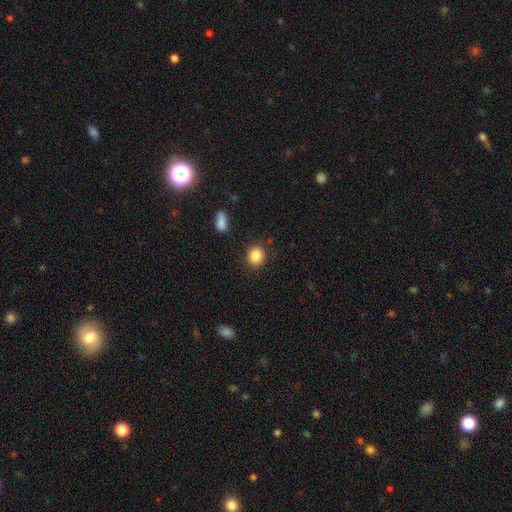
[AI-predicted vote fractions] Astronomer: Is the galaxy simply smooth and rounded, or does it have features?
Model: smooth — 87%.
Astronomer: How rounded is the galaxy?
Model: round — 75%.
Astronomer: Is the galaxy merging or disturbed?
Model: none — 87%.